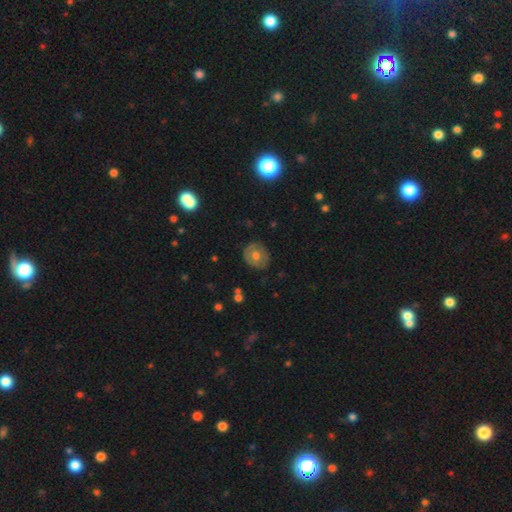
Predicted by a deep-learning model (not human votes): smooth_or_featured: smooth (p=0.58) [alt: featured or disk p=0.33]
how_rounded: round (p=0.68) [alt: in between p=0.31]
merging: none (p=0.82) [alt: minor disturbance p=0.14]